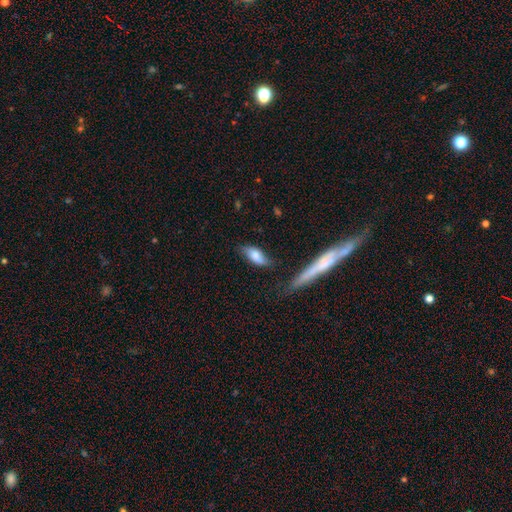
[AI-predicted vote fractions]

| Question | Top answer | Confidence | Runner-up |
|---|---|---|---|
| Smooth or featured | smooth | 72% | featured or disk (21%) |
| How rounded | in between | 79% | cigar-shaped (18%) |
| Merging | none | 59% | minor disturbance (27%) |